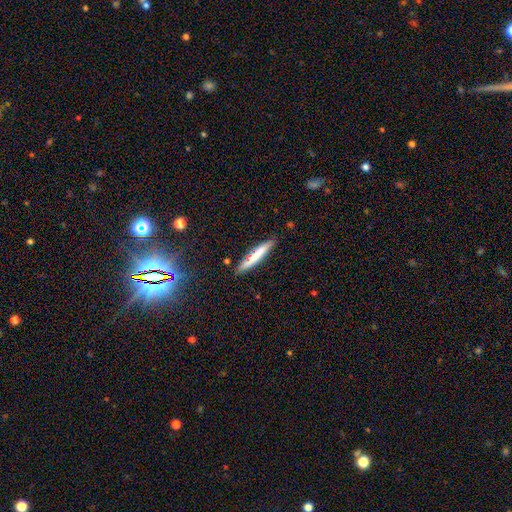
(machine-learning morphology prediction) A smooth galaxy with no disk features (67%) that is cigar-shaped (92%). Merging: none (84%).